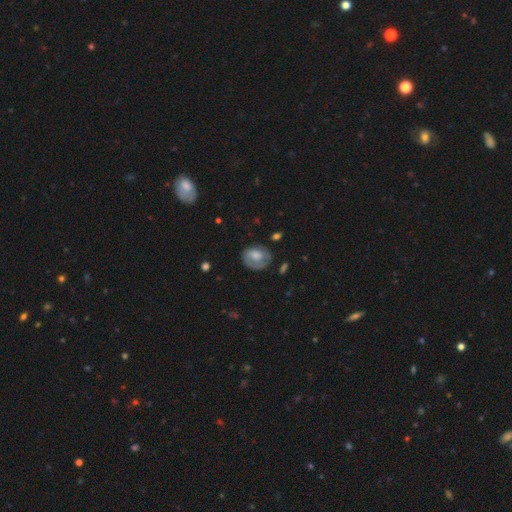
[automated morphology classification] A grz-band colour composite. It shows a smooth galaxy with no disk features (53%) that is round (55%). Merging: none (58%).